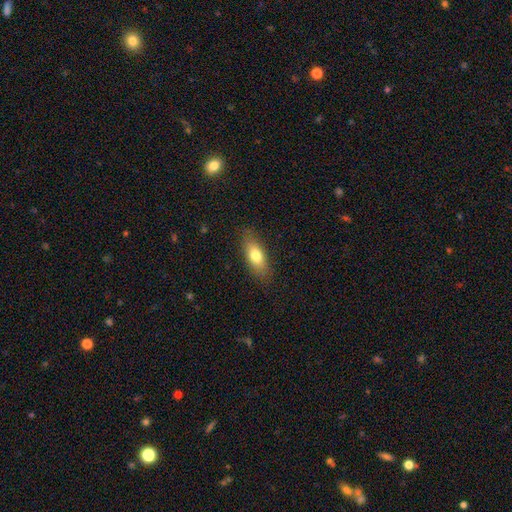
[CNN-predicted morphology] Smooth or featured? Predicted: smooth (p=0.76). How rounded? Predicted: in between (p=0.76). Merging? Predicted: none (p=0.84).